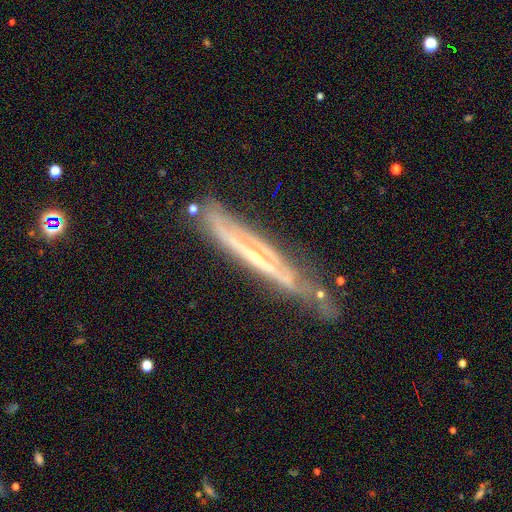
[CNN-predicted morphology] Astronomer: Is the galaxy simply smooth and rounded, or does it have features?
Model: featured or disk — 77%.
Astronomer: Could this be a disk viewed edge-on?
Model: yes — 76%.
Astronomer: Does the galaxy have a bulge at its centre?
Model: none — 62%.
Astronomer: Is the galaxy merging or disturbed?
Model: none — 59%.